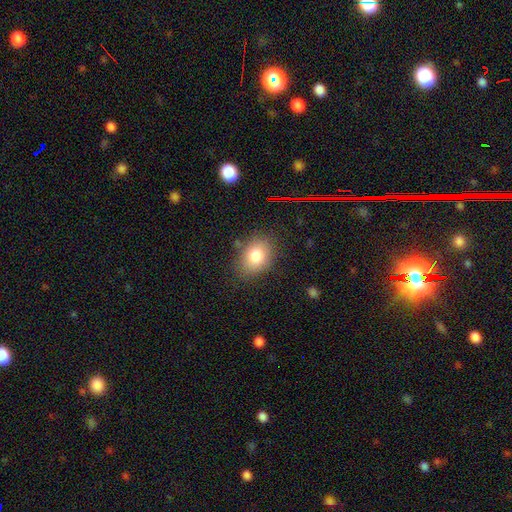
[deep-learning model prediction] Smooth or featured: smooth — 80% (star or artifact — 10%)
How rounded: in between — 67% (round — 32%)
Merging: none — 78% (minor disturbance — 15%)